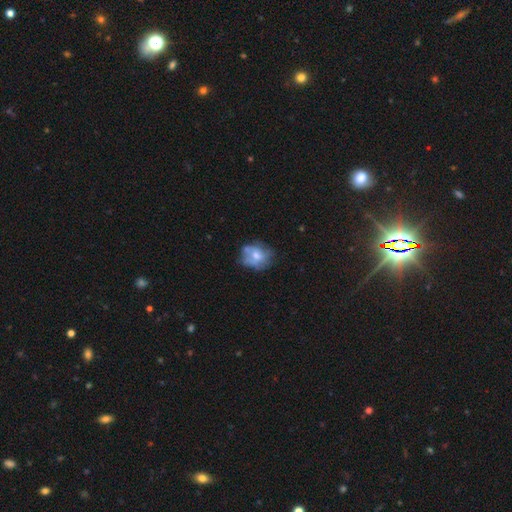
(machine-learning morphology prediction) Smooth or featured? Predicted: smooth (p=0.51). How rounded? Predicted: round (p=0.56). Merging? Predicted: none (p=0.52).